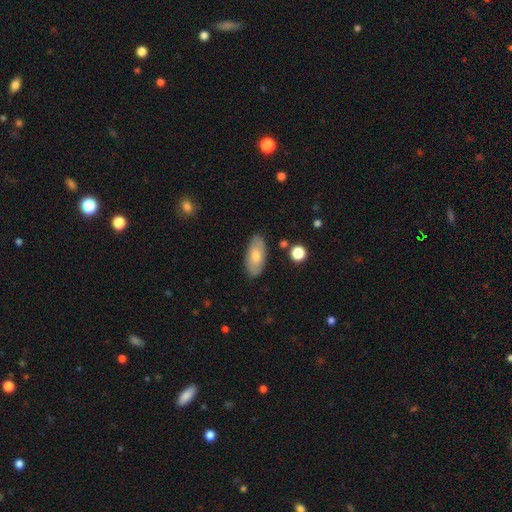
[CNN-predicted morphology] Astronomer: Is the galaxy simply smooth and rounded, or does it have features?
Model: smooth — 65%.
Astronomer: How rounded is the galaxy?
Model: in between — 90%.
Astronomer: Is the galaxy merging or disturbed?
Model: none — 85%.